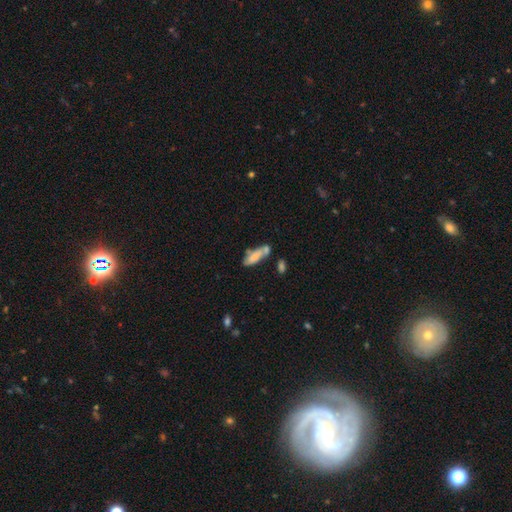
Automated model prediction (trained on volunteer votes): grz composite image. It shows a smooth galaxy with no disk features (71%) that is in between round and cigar-shaped (60%). Merging: none (37%).